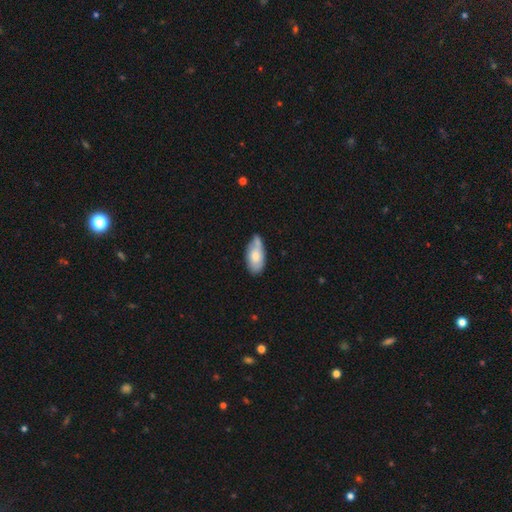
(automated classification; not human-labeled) The model was most divided on "merging": none: 55%, minor disturbance: 31%, merger: 9%, major disturbance: 5%. More confident: how rounded — in between (92%); smooth or featured — smooth (71%).